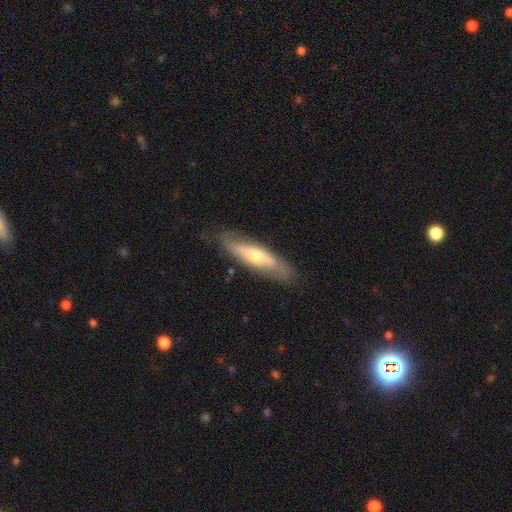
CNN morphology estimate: A featured or disk galaxy (56%) with not edge-on (50%, tied with yes).

Vote fractions:
- Smooth or featured? featured or disk: 56% / smooth: 38% / star or artifact: 6%
- Edge-on disk? no: 50% (tied) / yes: 50% (tied)
- Merging? none: 79% / minor disturbance: 15% / major disturbance: 4% / merger: 1%